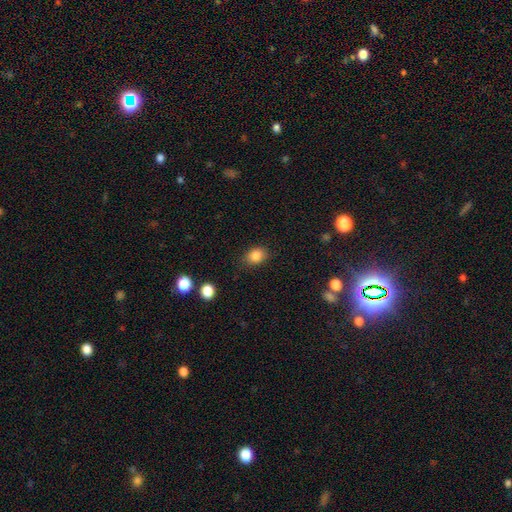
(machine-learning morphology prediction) Smooth or featured? Predicted: smooth (p=0.84). How rounded? Predicted: in between (p=0.60). Merging? Predicted: none (p=0.82).